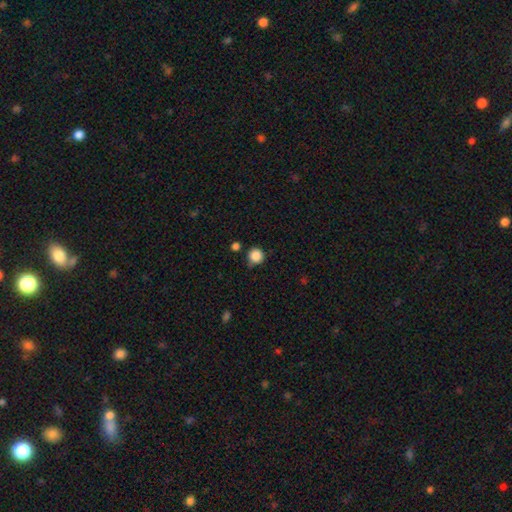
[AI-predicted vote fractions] This appears to be a smooth galaxy with no disk features (86%) that is round (94%). Merging: none (79%).